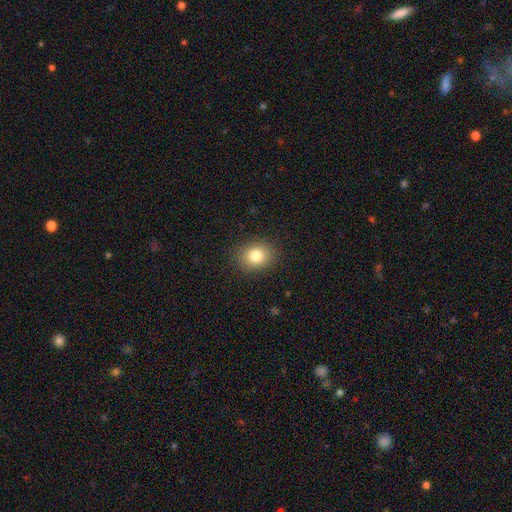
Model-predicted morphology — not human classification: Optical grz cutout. It shows a smooth galaxy with no disk features (81%) that is round (59%). Merging: none (88%).